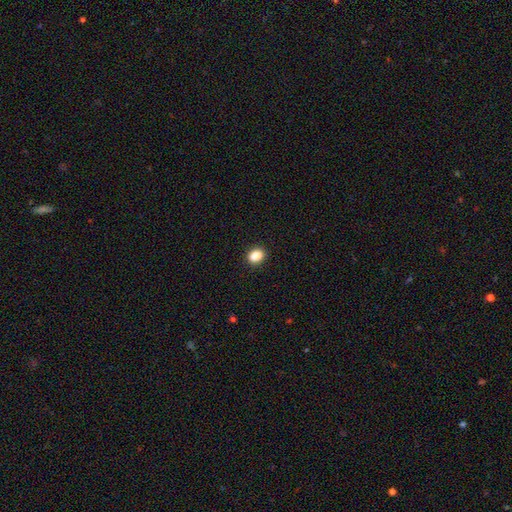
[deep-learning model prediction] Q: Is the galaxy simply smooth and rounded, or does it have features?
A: smooth — 86%.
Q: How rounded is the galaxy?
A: in between — 62%.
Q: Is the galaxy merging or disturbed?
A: none — 86%.